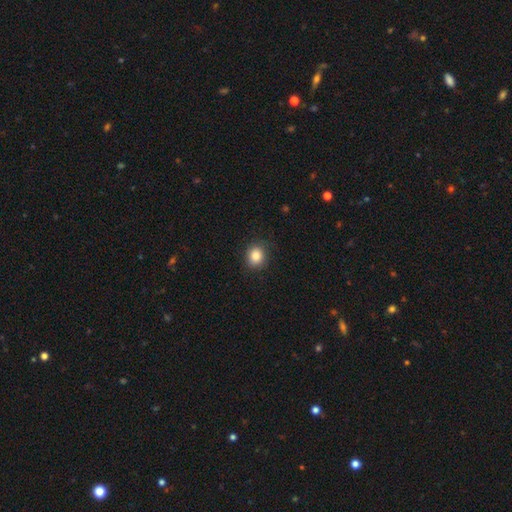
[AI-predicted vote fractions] This is clearly a smooth galaxy (86%). How rounded: likely round (72%). Merging: clearly none (84%).